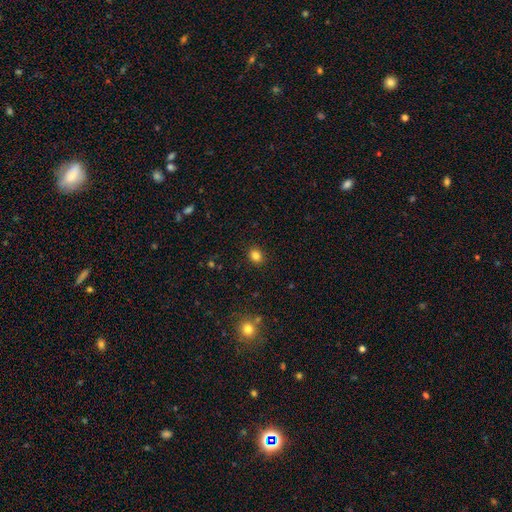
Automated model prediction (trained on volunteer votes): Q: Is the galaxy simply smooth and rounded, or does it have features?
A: smooth — 83%.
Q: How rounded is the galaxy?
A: round — 57%.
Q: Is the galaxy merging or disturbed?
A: none — 90%.